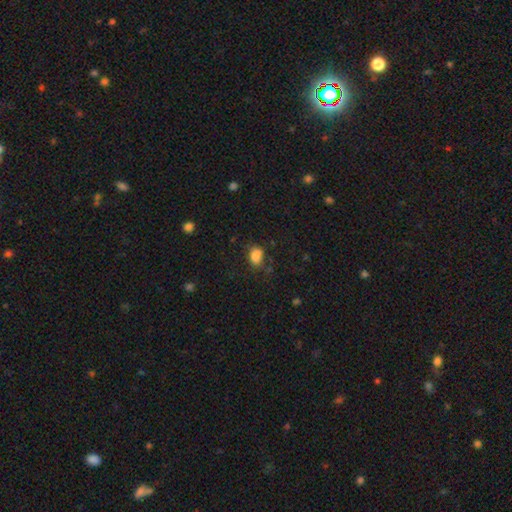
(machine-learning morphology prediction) Q: Smooth or featured?
A: smooth (83%); runner-up: star or artifact (11%)
Q: How rounded?
A: in between (74%); runner-up: round (25%)
Q: Merging?
A: none (63%); runner-up: minor disturbance (24%)